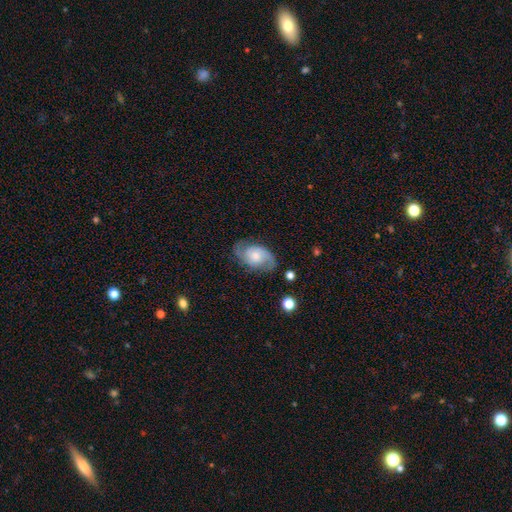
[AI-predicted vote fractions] Smooth or featured? featured or disk (77%)
Edge-on disk? no (97%)
Bar? no (64%)
Spiral arms? yes (95%)
Spiral winding? medium (49%)
Spiral arm count? 2 (83%)
Bulge size? moderate (47%)
Merging? none (73%)